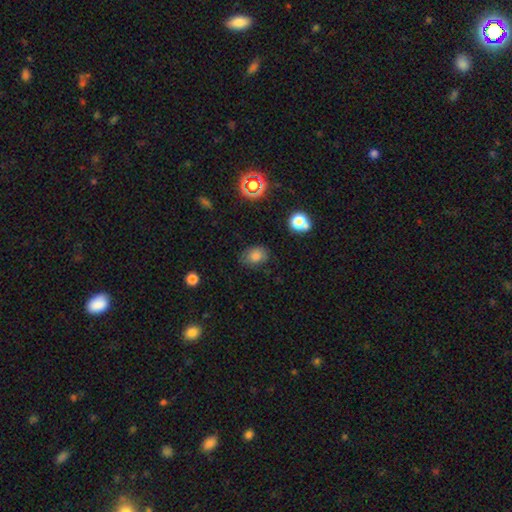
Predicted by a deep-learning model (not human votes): Q: Smooth or featured?
A: smooth (78%); runner-up: star or artifact (14%)
Q: How rounded?
A: in between (69%); runner-up: round (29%)
Q: Merging?
A: none (72%); runner-up: minor disturbance (21%)